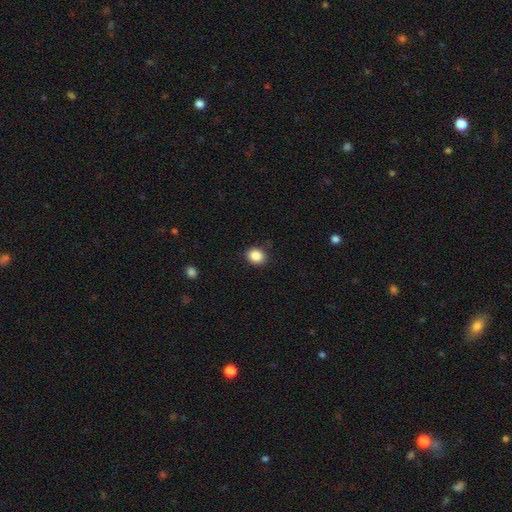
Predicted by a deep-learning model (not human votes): Q: Smooth or featured?
A: smooth (87%); runner-up: star or artifact (9%)
Q: How rounded?
A: round (57%); runner-up: in between (42%)
Q: Merging?
A: none (88%); runner-up: minor disturbance (9%)